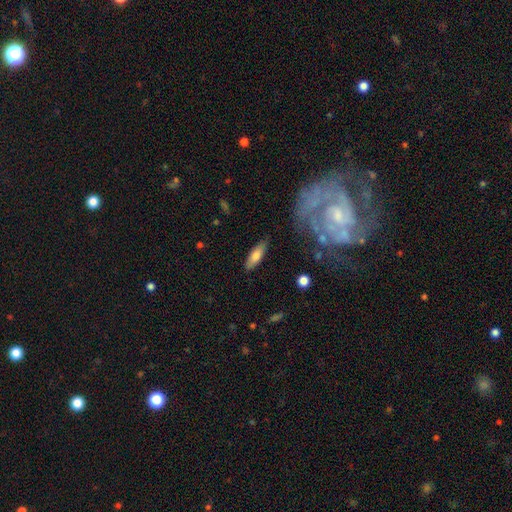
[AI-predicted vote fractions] Q: Smooth or featured?
A: smooth (72%); runner-up: featured or disk (22%)
Q: How rounded?
A: in between (53%); runner-up: cigar-shaped (45%)
Q: Merging?
A: none (84%); runner-up: minor disturbance (12%)